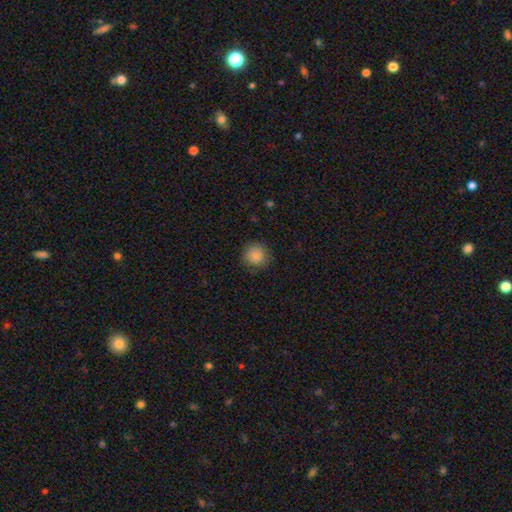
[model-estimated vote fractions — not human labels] Q: Smooth or featured?
A: smooth (85%); runner-up: star or artifact (9%)
Q: How rounded?
A: round (93%); runner-up: in between (6%)
Q: Merging?
A: none (84%); runner-up: minor disturbance (12%)